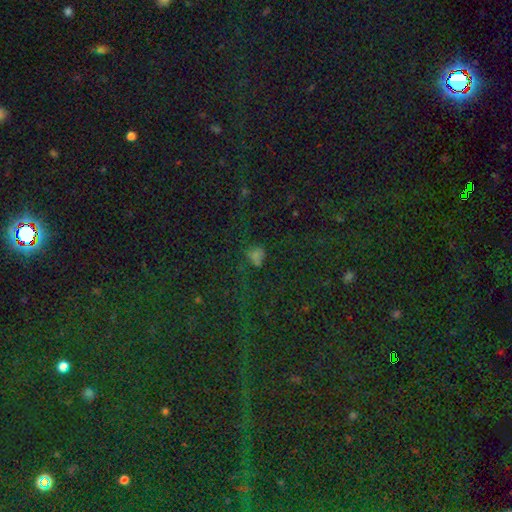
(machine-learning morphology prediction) smooth_or_featured: star or artifact (p=0.48) [alt: smooth p=0.43]